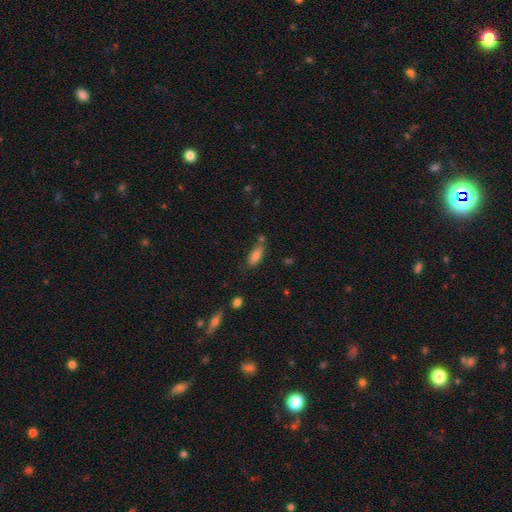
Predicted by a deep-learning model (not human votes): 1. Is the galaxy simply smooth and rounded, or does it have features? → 82% smooth, 10% featured or disk, 8% star or artifact.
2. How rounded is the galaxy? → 75% in between, 23% cigar-shaped, 2% round.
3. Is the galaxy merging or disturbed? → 67% none, 18% minor disturbance, 11% merger, 4% major disturbance.